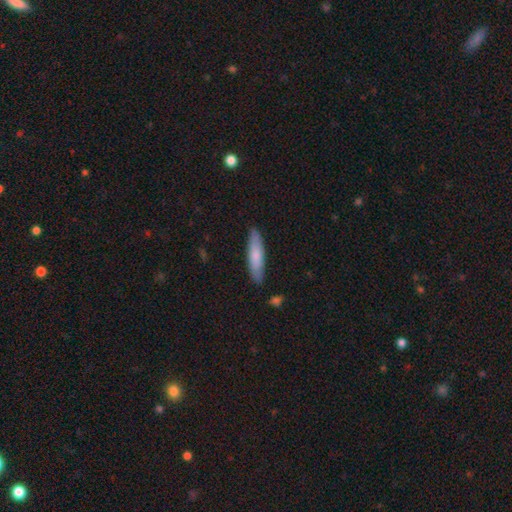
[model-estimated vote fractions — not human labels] A smooth galaxy with no disk features (75%) that is cigar-shaped (76%).

Vote fractions:
- Smooth or featured? smooth: 75% / featured or disk: 20% / star or artifact: 5%
- How rounded? cigar-shaped: 76% / in between: 23% / round: 1%
- Merging? none: 86% / minor disturbance: 11% / major disturbance: 2% / merger: 1%